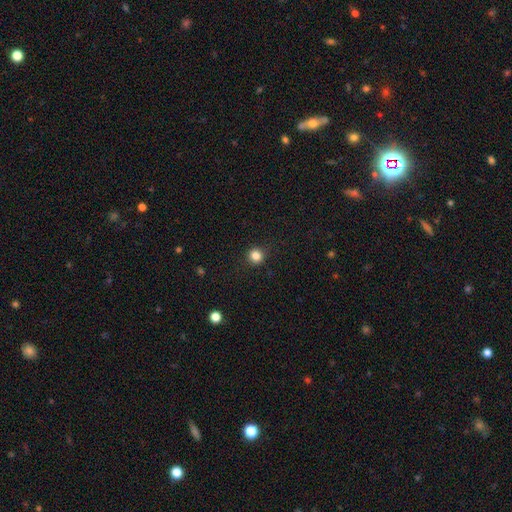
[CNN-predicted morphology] smooth 84%, star or artifact 12%, featured or disk 4%. Down the decision tree: how rounded — round (93%); merging — none (90%).